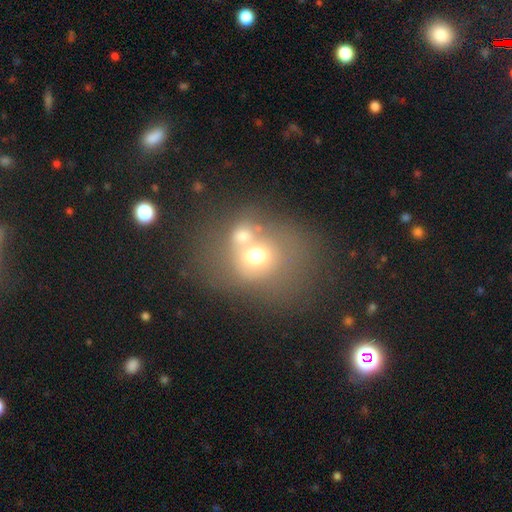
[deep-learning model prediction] smooth 58%, featured or disk 29%, star or artifact 13%. Down the decision tree: how rounded — round (57%); merging — merger (53%).